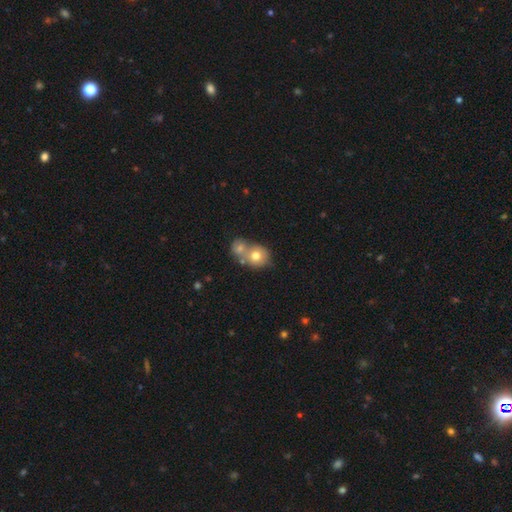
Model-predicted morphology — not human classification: A smooth galaxy with no disk features (73%) that is round (66%).

Vote fractions:
- Smooth or featured? smooth: 73% / featured or disk: 17% / star or artifact: 10%
- How rounded? round: 66% / in between: 33% / cigar-shaped: 1%
- Merging? merger: 60% / none: 29% / minor disturbance: 8% / major disturbance: 3%